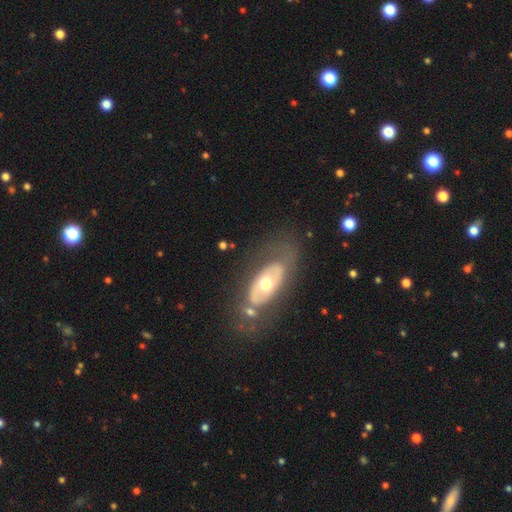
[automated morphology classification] smooth_or_featured: featured or disk (p=0.63) [alt: smooth p=0.26]
disk_edge_on: no (p=0.79) [alt: yes p=0.21]
merging: none (p=0.76) [alt: minor disturbance p=0.14]